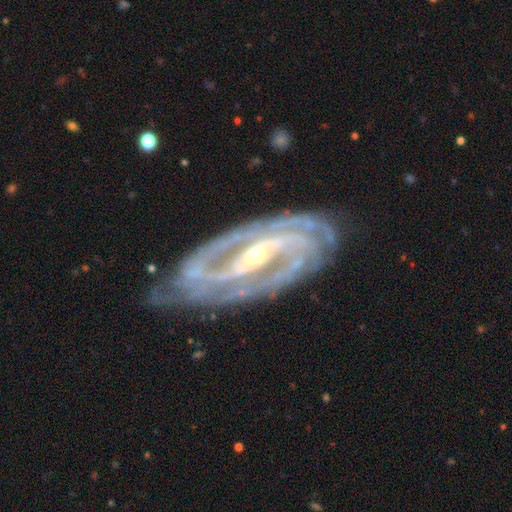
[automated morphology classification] smooth-or-featured: featured or disk: 91% | star or artifact: 5% | smooth: 3%
  disk-edge-on: no: 92% | yes: 8%
    bar: strong: 58% | weak: 27% | no: 15%
    has-spiral-arms: yes: 98% | no: 2%
      spiral-winding: tight: 63% | medium: 31% | loose: 6%
      spiral-arm-count: 2: 34% | 3: 22% | can't tell: 16% | 4: 15% | more than 4: 7% | 1: 6%
    bulge-size: small: 62% | moderate: 35% | large: 1% | none: 1% | dominant: 1%
  merging: none: 76% | minor disturbance: 17% | major disturbance: 5% | merger: 2%